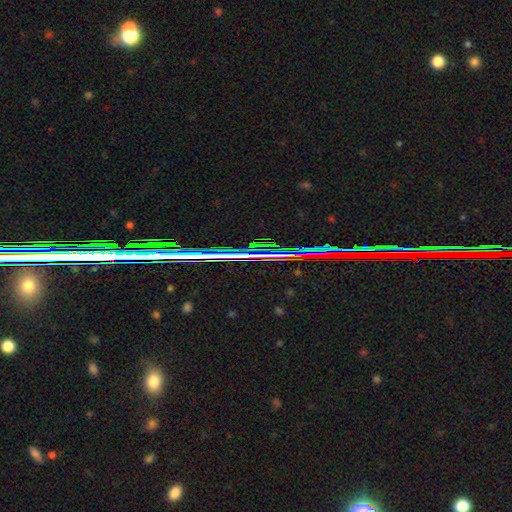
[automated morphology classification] Smooth or featured? star or artifact (78%)